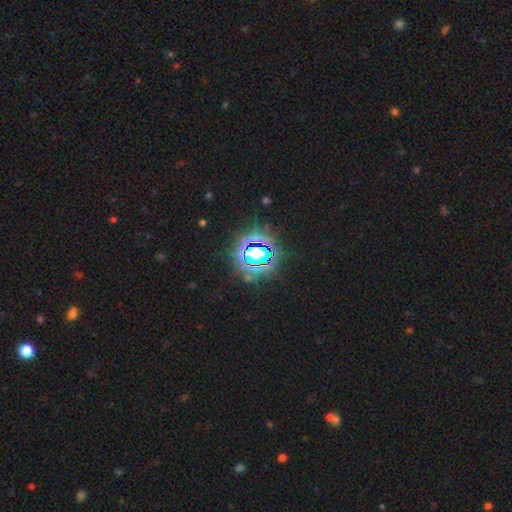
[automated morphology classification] Smooth or featured? star or artifact (74%)